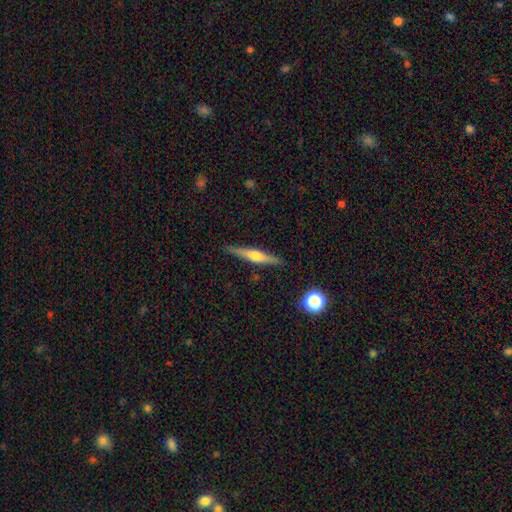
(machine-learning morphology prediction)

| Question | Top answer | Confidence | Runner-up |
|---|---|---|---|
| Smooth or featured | featured or disk | 63% | smooth (31%) |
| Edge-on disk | yes | 97% | no (3%) |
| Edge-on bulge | rounded | 84% | boxy (9%) |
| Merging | none | 89% | minor disturbance (9%) |